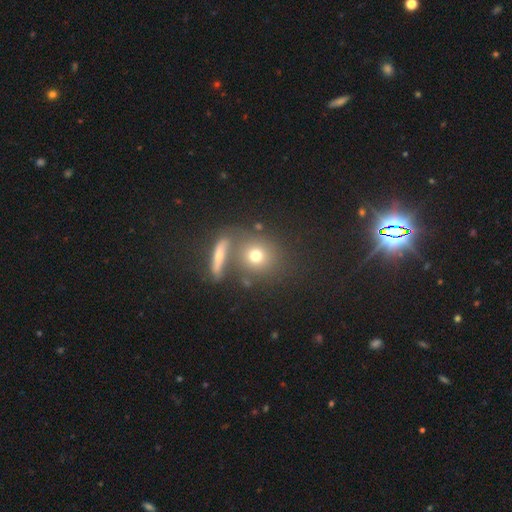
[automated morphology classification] Q: Smooth or featured?
A: smooth (69%); runner-up: featured or disk (17%)
Q: How rounded?
A: round (79%); runner-up: in between (18%)
Q: Merging?
A: none (61%); runner-up: merger (24%)